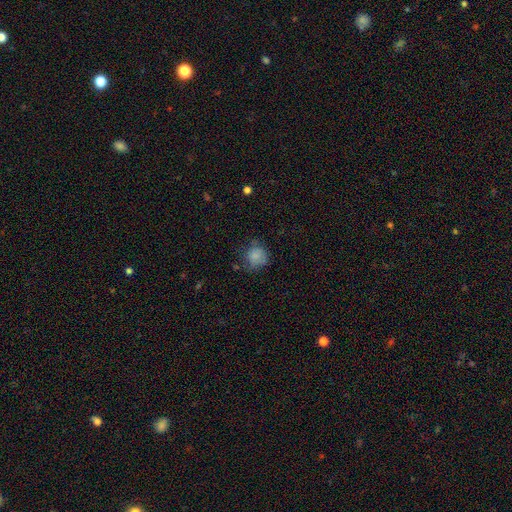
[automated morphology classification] This is clearly a smooth galaxy (80%). How rounded: clearly round (81%). Merging: likely none (61%).